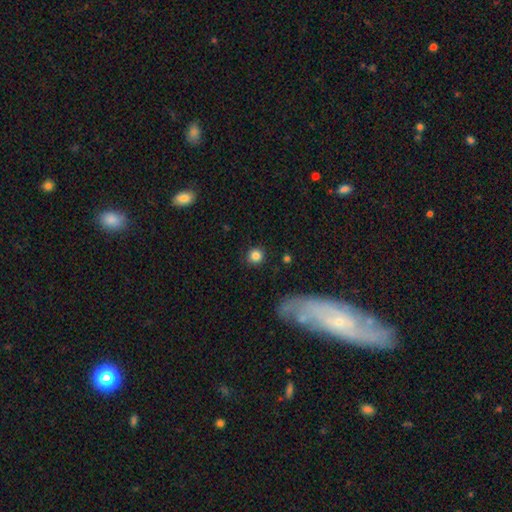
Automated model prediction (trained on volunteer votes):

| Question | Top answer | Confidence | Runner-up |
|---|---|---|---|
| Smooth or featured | smooth | 84% | star or artifact (11%) |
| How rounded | round | 93% | in between (6%) |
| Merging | none | 89% | minor disturbance (7%) |